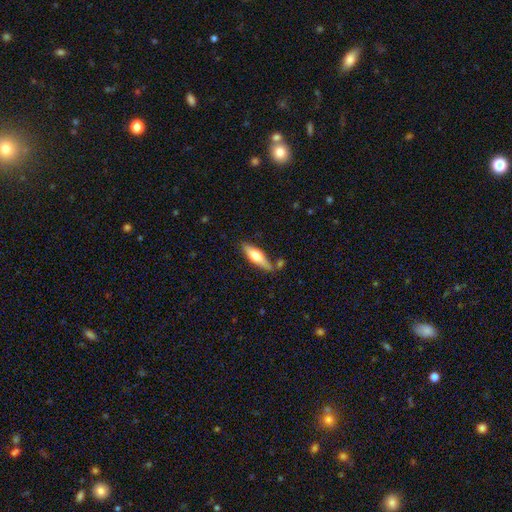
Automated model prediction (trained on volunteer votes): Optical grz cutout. It shows a smooth galaxy with no disk features (60%) that is cigar-shaped (55%). Merging: none (74%).